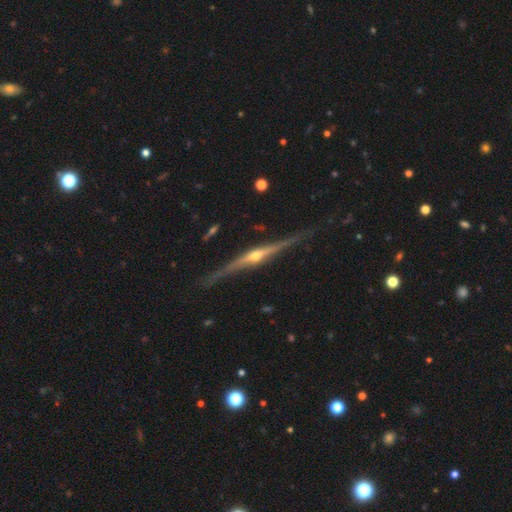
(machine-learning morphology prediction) smooth_or_featured: featured or disk (p=0.87) [alt: smooth p=0.08]
disk_edge_on: yes (p=0.98) [alt: no p=0.02]
edge_on_bulge: rounded (p=0.89) [alt: none p=0.06]
merging: none (p=0.83) [alt: minor disturbance p=0.12]